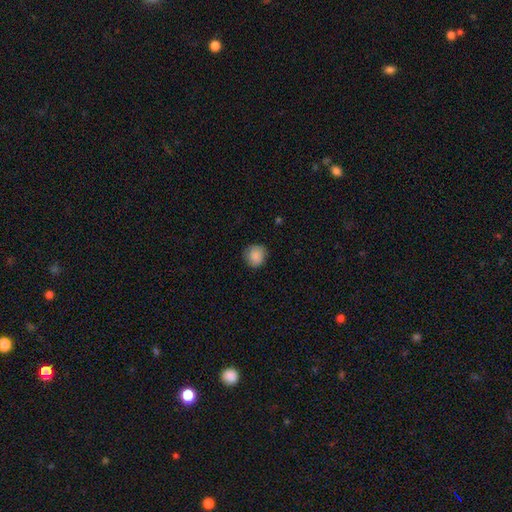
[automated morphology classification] Smooth or featured: smooth — 87% (star or artifact — 8%)
How rounded: round — 88% (in between — 11%)
Merging: none — 81% (minor disturbance — 15%)